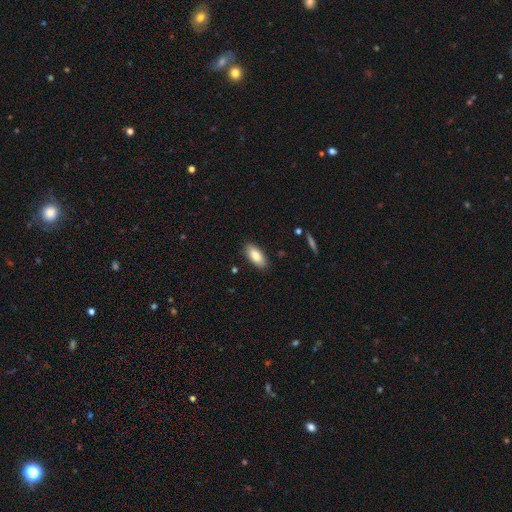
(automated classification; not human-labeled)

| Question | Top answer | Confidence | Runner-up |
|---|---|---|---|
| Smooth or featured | smooth | 86% | featured or disk (8%) |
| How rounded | in between | 88% | cigar-shaped (11%) |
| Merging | none | 88% | minor disturbance (9%) |